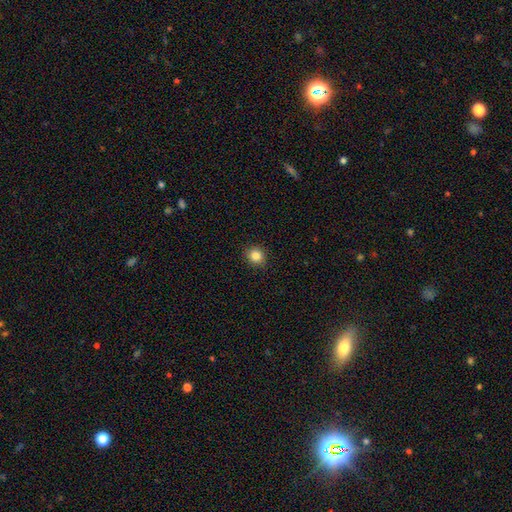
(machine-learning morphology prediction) Q: Smooth or featured?
A: smooth (83%); runner-up: star or artifact (11%)
Q: How rounded?
A: round (85%); runner-up: in between (14%)
Q: Merging?
A: none (91%); runner-up: minor disturbance (6%)